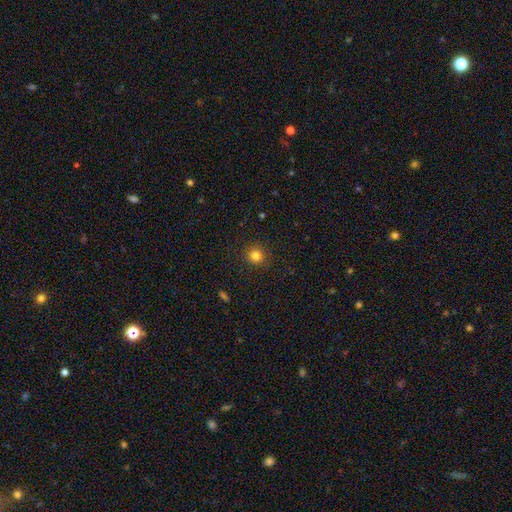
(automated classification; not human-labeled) smooth 82%, star or artifact 13%, featured or disk 5%. Down the decision tree: how rounded — round (90%); merging — none (90%).